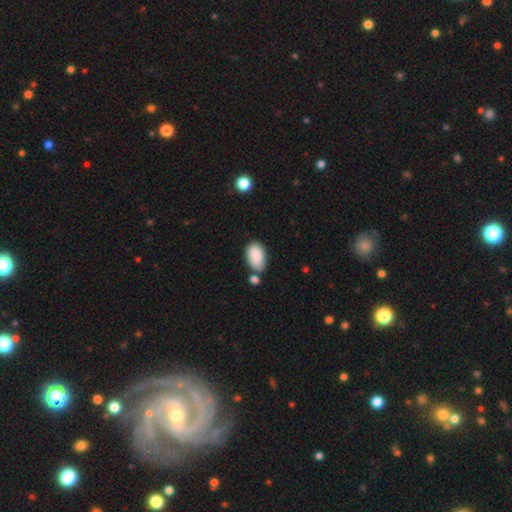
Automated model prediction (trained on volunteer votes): This appears to be a smooth galaxy with no disk features (89%) that is in between round and cigar-shaped (94%). Merging: none (61%).